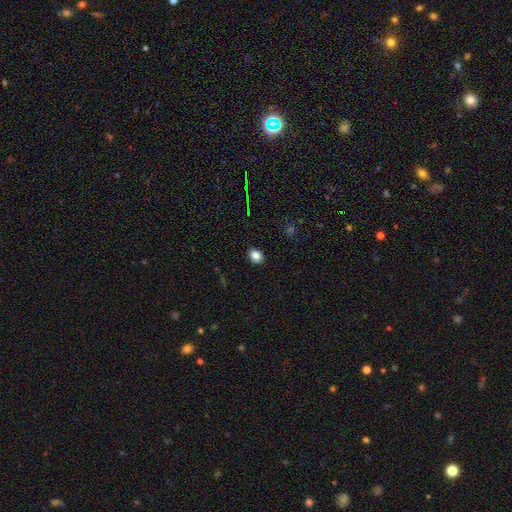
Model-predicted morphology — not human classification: Smooth or featured? smooth (85%)
How rounded? in between (60%)
Merging? none (90%)